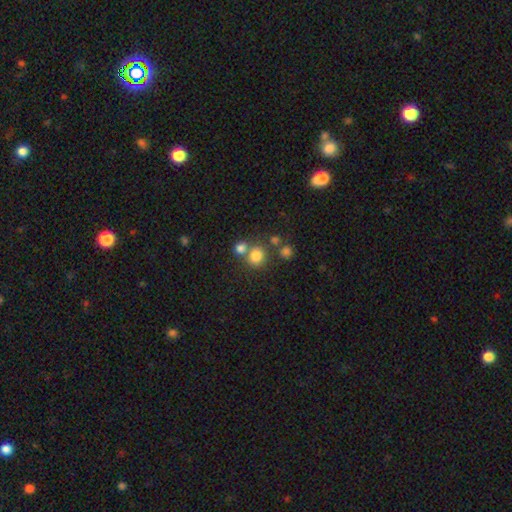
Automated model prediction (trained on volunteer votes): Smooth or featured: smooth — 78% (star or artifact — 14%)
How rounded: round — 85% (in between — 14%)
Merging: none — 61% (merger — 27%)